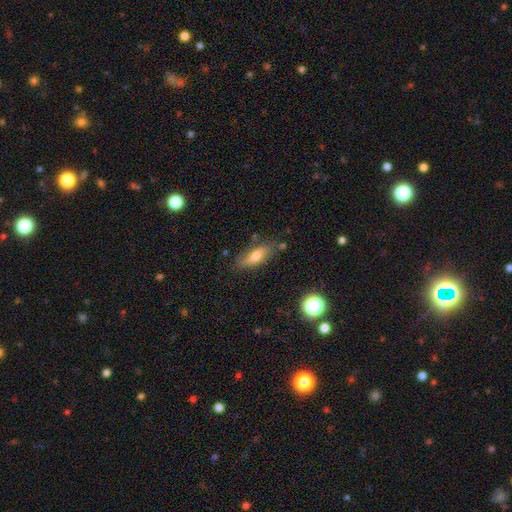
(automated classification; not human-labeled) smooth_or_featured: smooth (p=0.64) [alt: featured or disk p=0.27]
how_rounded: in between (p=0.66) [alt: cigar-shaped p=0.30]
merging: none (p=0.75) [alt: minor disturbance p=0.17]